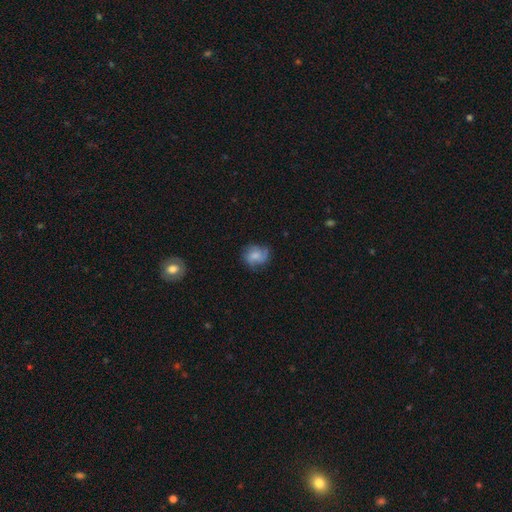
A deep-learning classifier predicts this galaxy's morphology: Q: Smooth or featured?
A: featured or disk (47%); runner-up: smooth (44%)
Q: Merging?
A: none (67%); runner-up: minor disturbance (22%)